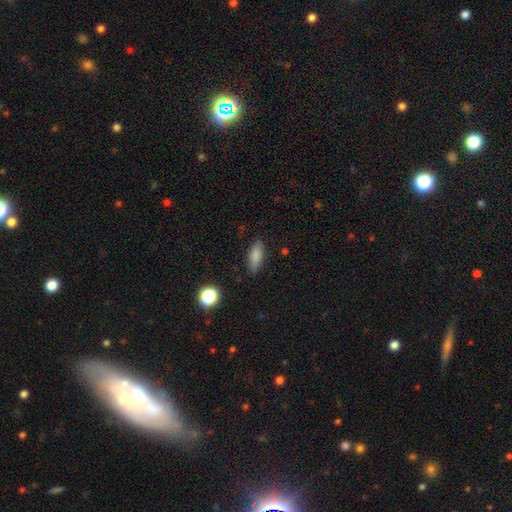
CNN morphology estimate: smooth_or_featured: smooth (p=0.82) [alt: featured or disk p=0.09]
how_rounded: in between (p=0.69) [alt: cigar-shaped p=0.28]
merging: none (p=0.85) [alt: minor disturbance p=0.11]